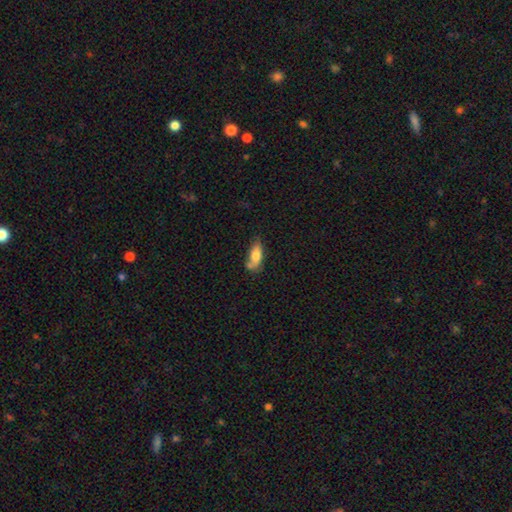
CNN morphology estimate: smooth 72%, featured or disk 20%, star or artifact 7%. Down the decision tree: how rounded — in between (75%); merging — none (44%).